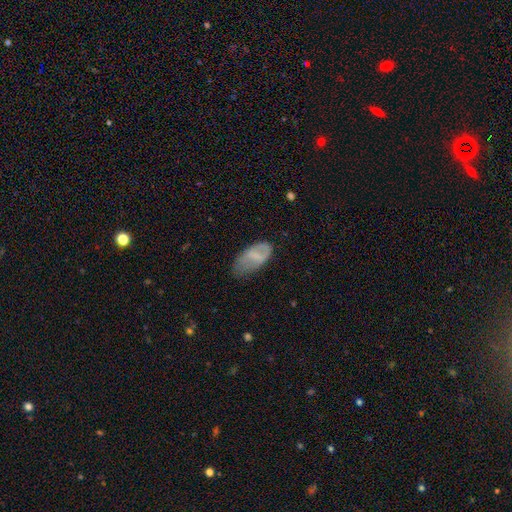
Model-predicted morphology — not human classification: smooth 63%, featured or disk 29%, star or artifact 8%. Down the decision tree: how rounded — in between (92%); merging — none (41%).